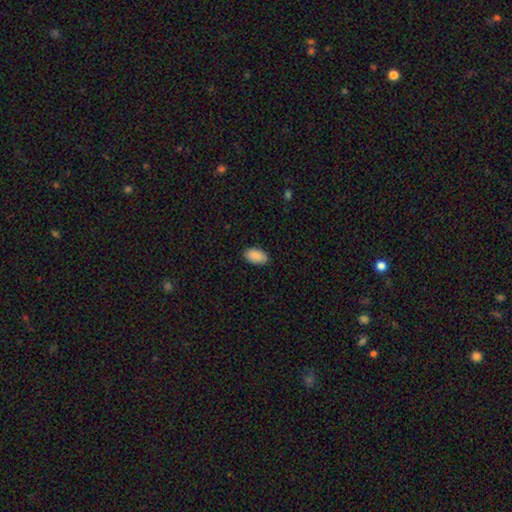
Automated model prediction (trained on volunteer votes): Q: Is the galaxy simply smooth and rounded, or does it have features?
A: smooth — 90%.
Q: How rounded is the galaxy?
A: in between — 94%.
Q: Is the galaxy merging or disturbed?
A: none — 88%.